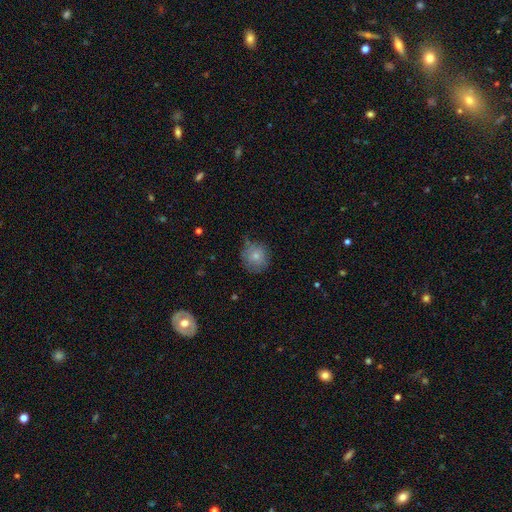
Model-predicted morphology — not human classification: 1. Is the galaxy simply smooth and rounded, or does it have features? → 76% smooth, 15% featured or disk, 9% star or artifact.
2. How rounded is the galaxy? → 89% round, 10% in between, 1% cigar-shaped.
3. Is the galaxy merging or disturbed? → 70% none, 23% minor disturbance, 5% major disturbance, 2% merger.